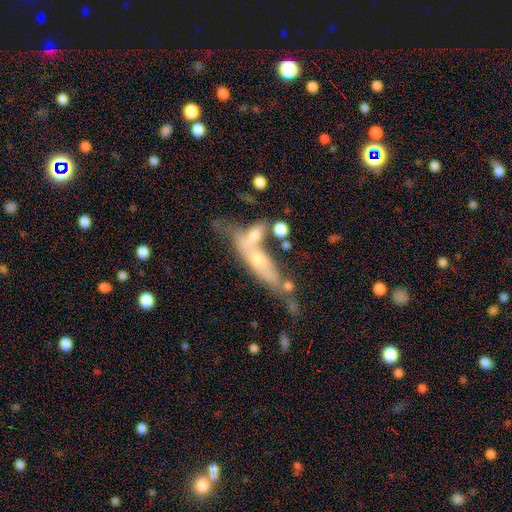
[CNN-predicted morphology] type=featured or disk (59%); edge-on=no (53%); merging=none (34%).